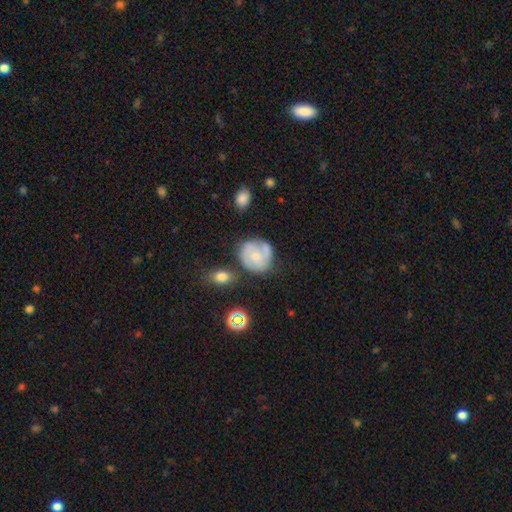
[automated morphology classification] The model was most divided on "smooth or featured": featured or disk: 53%, smooth: 39%, star or artifact: 8%. More confident: edge-on disk — no (98%); spiral arms — yes (75%); bar — no (74%); merging — none (59%); bulge size — small (50%).